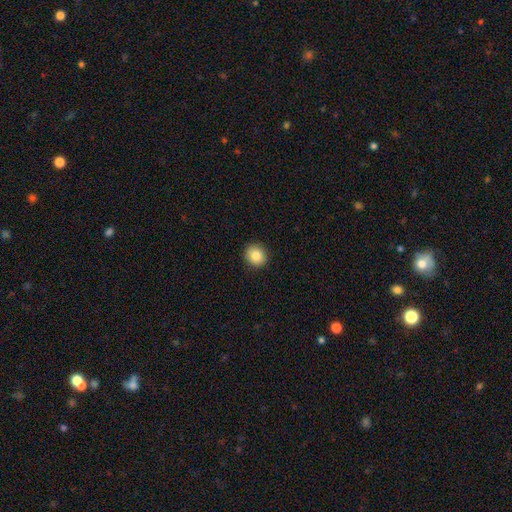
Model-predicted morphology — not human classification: smooth 86%, star or artifact 9%, featured or disk 5%. Down the decision tree: how rounded — round (84%); merging — none (91%).